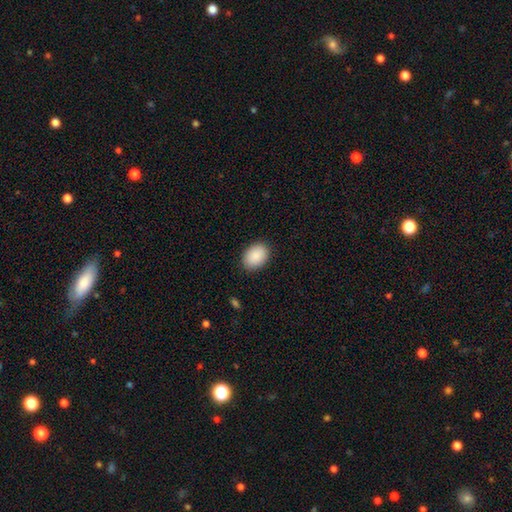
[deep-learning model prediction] Smooth or featured? Predicted: smooth (p=0.90). How rounded? Predicted: in between (p=0.78). Merging? Predicted: none (p=0.88).